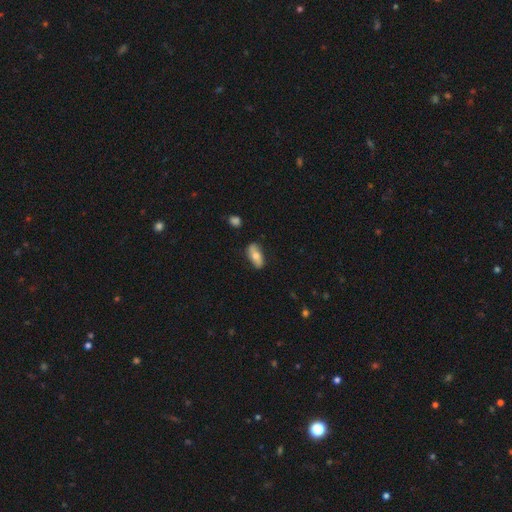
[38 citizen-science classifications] Smooth or featured: smooth — 71% (featured or disk — 26%)
How rounded: in between — 67% (cigar-shaped — 30%)
Merging: none — 78% (minor disturbance — 22%)